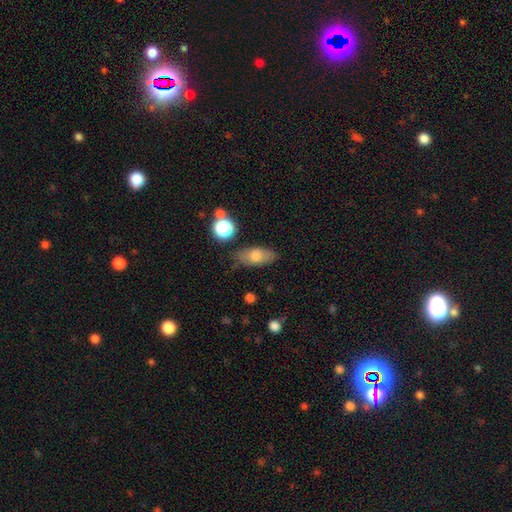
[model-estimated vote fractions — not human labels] smooth 72%, featured or disk 20%, star or artifact 8%. Down the decision tree: how rounded — in between (82%); merging — none (77%).